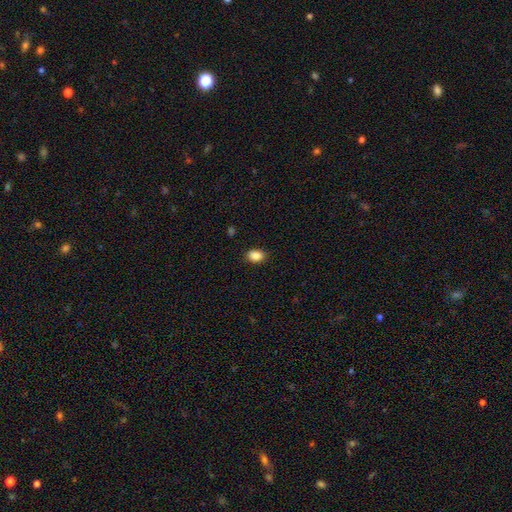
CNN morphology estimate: smooth-or-featured: smooth: 88% | star or artifact: 8% | featured or disk: 3%
  how-rounded: in between: 81% | round: 18% | cigar-shaped: 1%
  merging: none: 88% | minor disturbance: 9% | major disturbance: 2% | merger: 1%